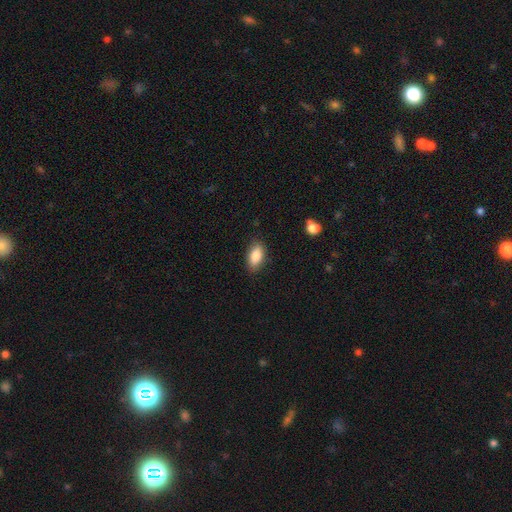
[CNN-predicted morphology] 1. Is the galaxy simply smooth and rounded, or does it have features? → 85% smooth, 8% featured or disk, 7% star or artifact.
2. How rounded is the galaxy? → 90% in between, 6% cigar-shaped, 4% round.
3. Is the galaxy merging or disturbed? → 82% none, 14% minor disturbance, 3% major disturbance, 1% merger.